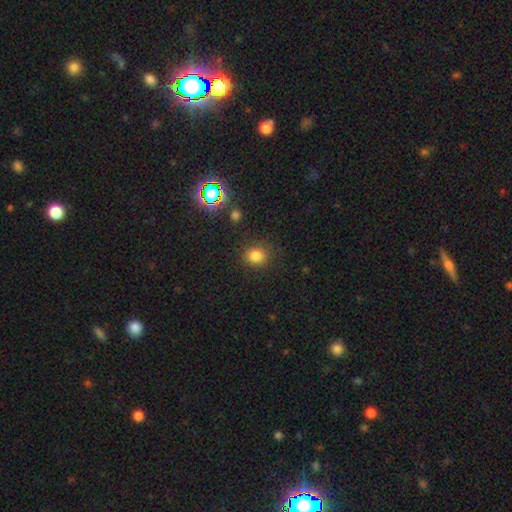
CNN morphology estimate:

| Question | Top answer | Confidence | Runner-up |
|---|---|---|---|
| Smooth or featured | smooth | 80% | star or artifact (15%) |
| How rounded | round | 75% | in between (24%) |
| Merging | none | 85% | minor disturbance (9%) |